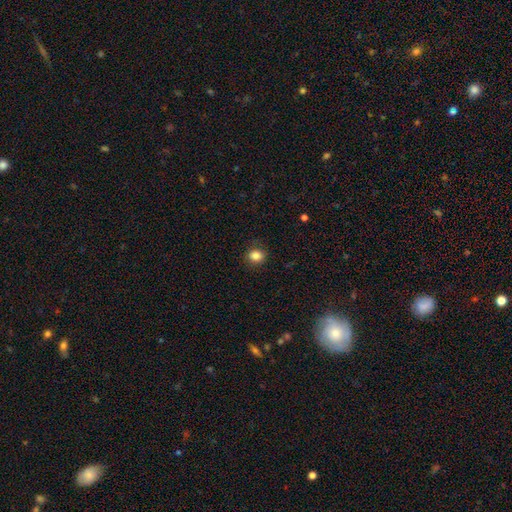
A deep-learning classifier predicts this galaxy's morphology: Smooth or featured? smooth (84%)
How rounded? round (66%)
Merging? none (85%)